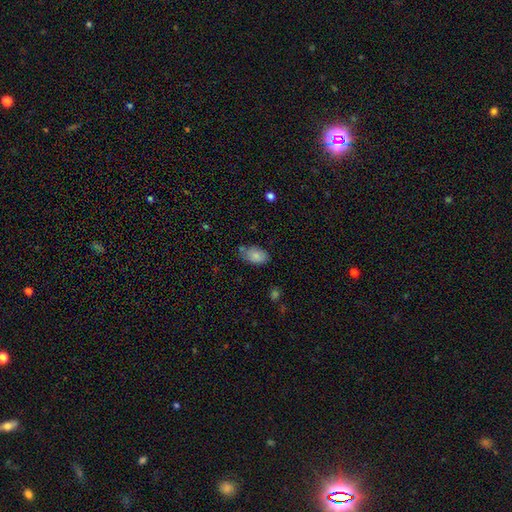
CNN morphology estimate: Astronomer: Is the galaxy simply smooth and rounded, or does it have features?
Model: smooth — 83%.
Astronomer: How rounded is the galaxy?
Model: in between — 92%.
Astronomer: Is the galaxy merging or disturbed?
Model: none — 64%.